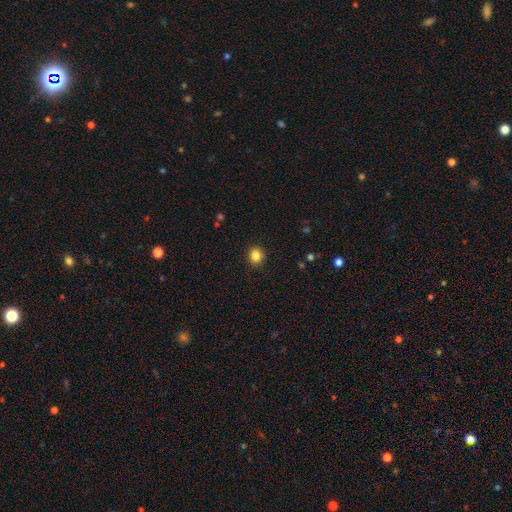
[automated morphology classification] Smooth or featured? Predicted: smooth (p=0.85). How rounded? Predicted: round (p=0.84). Merging? Predicted: none (p=0.91).